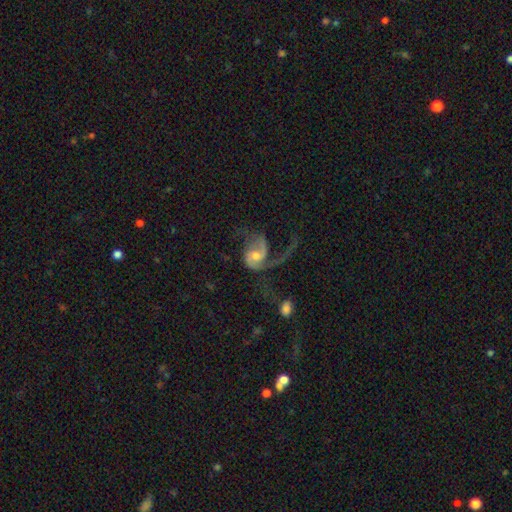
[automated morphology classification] Smooth or featured? featured or disk (84%)
Edge-on disk? no (98%)
Bar? no (54%)
Spiral arms? yes (95%)
Spiral winding? loose (57%)
Spiral arm count? 2 (71%)
Bulge size? moderate (60%)
Merging? major disturbance (44%)